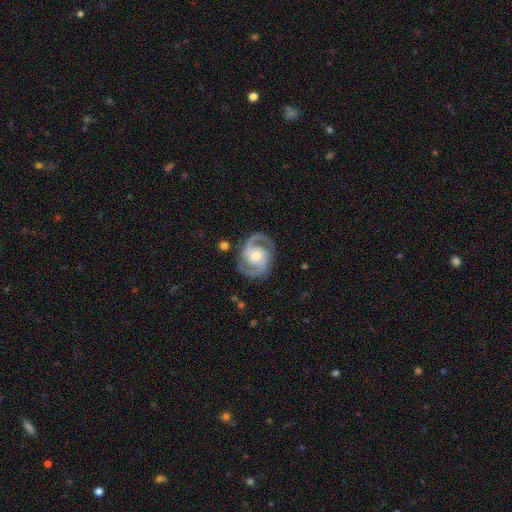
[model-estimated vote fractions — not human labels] Smooth or featured? featured or disk (89%)
Edge-on disk? no (98%)
Bar? no (45%)
Spiral arms? yes (97%)
Spiral winding? medium (58%)
Spiral arm count? 2 (91%)
Bulge size? moderate (55%)
Merging? none (82%)